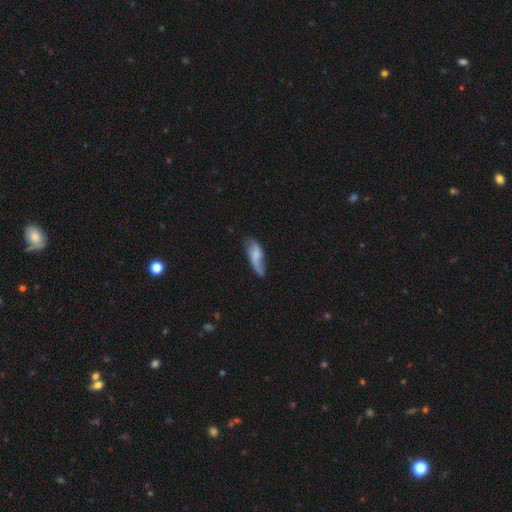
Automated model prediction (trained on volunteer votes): Overall: featured or disk (49%; smooth 44%). Merging: none (57%; minor disturbance 29%).